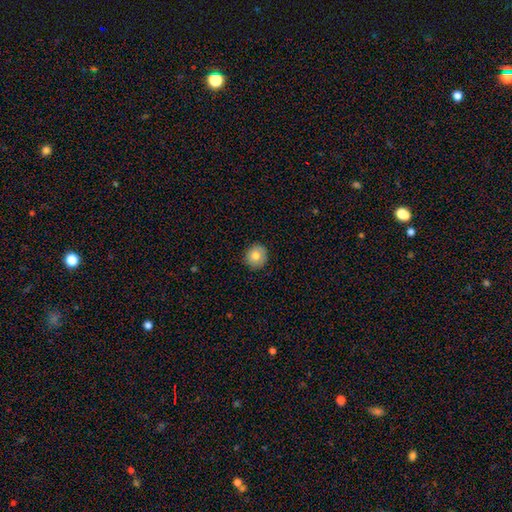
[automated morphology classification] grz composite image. It shows a smooth galaxy with no disk features (78%) that is round (89%). Merging: none (87%).